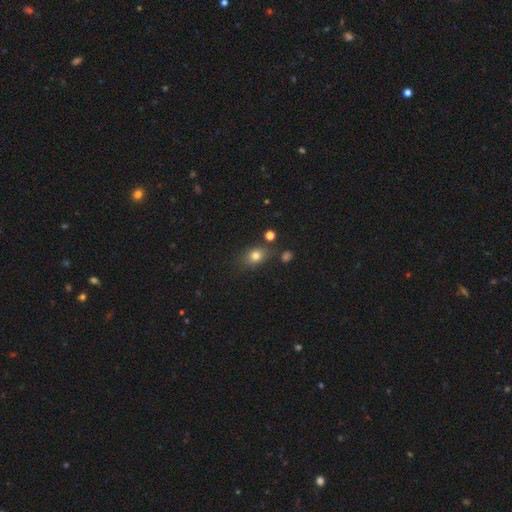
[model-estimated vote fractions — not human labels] A smooth galaxy with no disk features (78%) that is in between round and cigar-shaped (60%).

Vote fractions:
- Smooth or featured? smooth: 78% / star or artifact: 13% / featured or disk: 9%
- How rounded? in between: 60% / round: 38% / cigar-shaped: 2%
- Merging? none: 73% / minor disturbance: 16% / merger: 7% / major disturbance: 5%